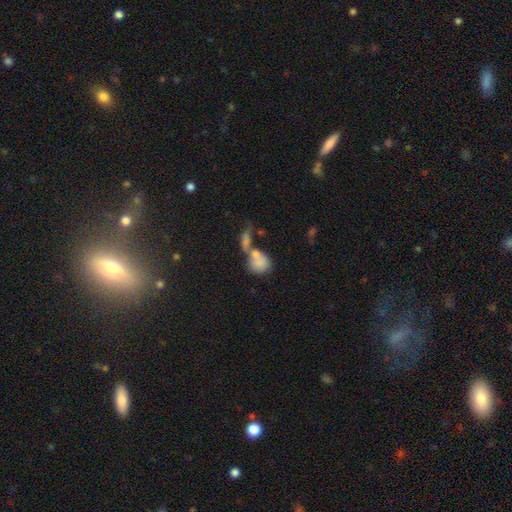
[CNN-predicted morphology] Smooth or featured? smooth (70%)
How rounded? round (57%)
Merging? merger (51%)